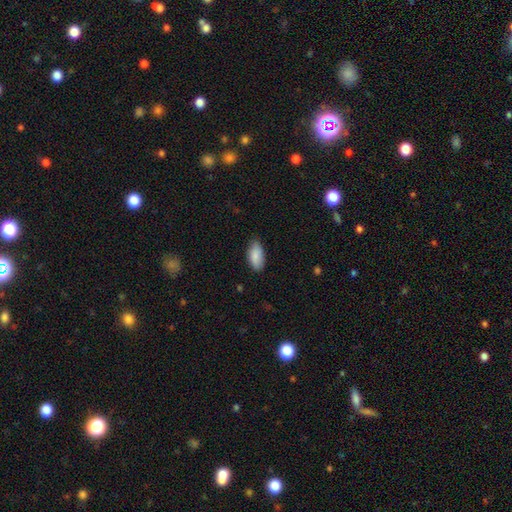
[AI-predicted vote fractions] Smooth or featured: smooth — 87% (star or artifact — 6%)
How rounded: in between — 91% (cigar-shaped — 7%)
Merging: none — 79% (minor disturbance — 17%)